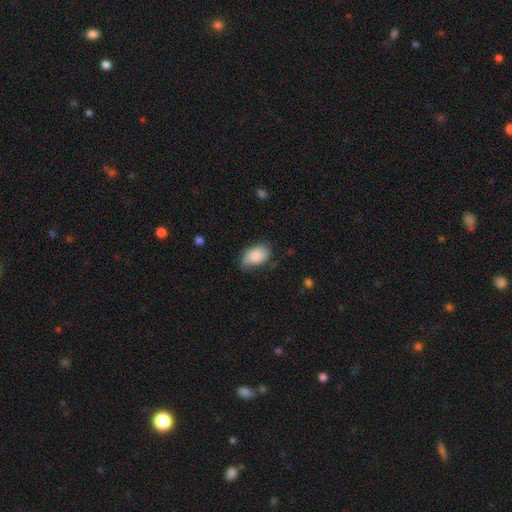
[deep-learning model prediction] The model was most divided on "merging": none: 54%, minor disturbance: 35%, major disturbance: 10%, merger: 2%. More confident: how rounded — in between (91%); smooth or featured — smooth (81%).